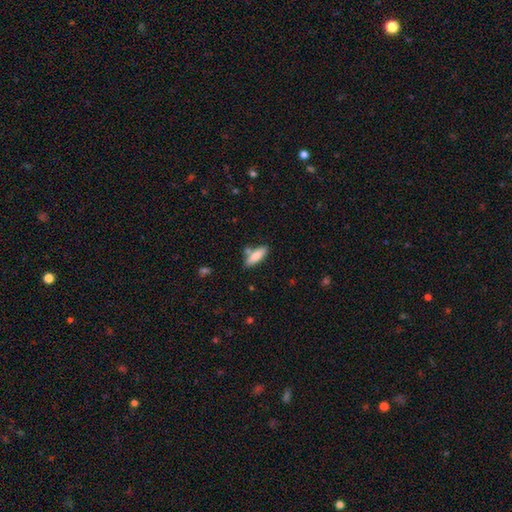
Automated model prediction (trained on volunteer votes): smooth 81%, featured or disk 13%, star or artifact 6%. Down the decision tree: how rounded — in between (56%); merging — none (71%).